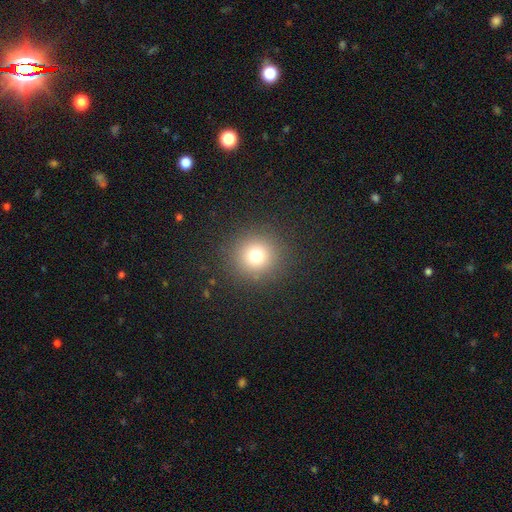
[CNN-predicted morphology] smooth-or-featured: smooth: 75% | star or artifact: 17% | featured or disk: 9%
  how-rounded: round: 94% | in between: 5% | cigar-shaped: 1%
  merging: none: 90% | minor disturbance: 6% | major disturbance: 3% | merger: 1%